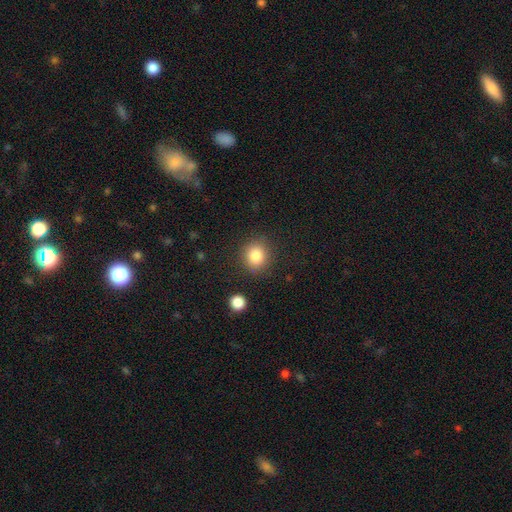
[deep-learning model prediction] smooth 84%, star or artifact 10%, featured or disk 6%. Down the decision tree: how rounded — round (83%); merging — none (85%).